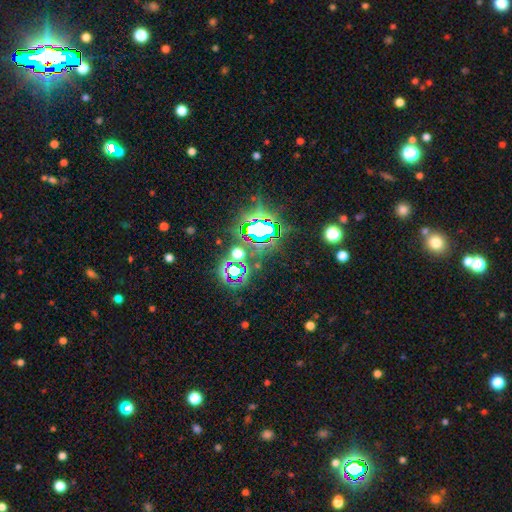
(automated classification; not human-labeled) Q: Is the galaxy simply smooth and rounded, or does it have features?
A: star or artifact — 79%.